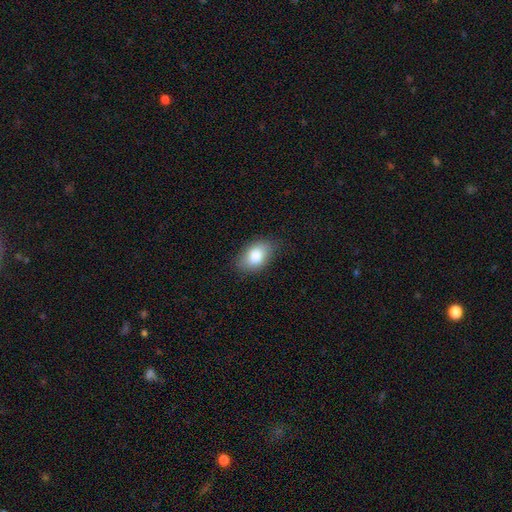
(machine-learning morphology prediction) Smooth or featured? Predicted: smooth (p=0.81). How rounded? Predicted: in between (p=0.89). Merging? Predicted: none (p=0.81).